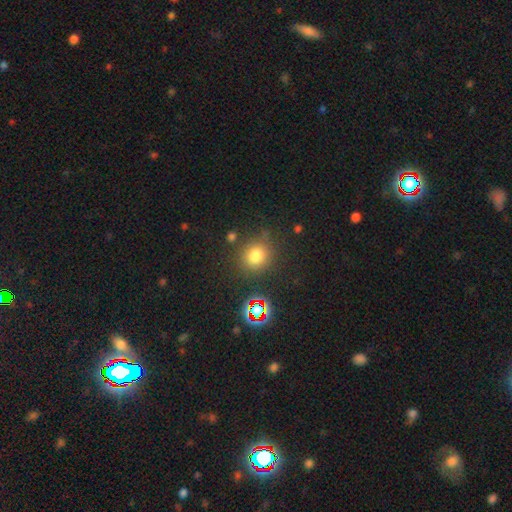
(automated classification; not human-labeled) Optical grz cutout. It shows a smooth galaxy with no disk features (74%) that is round (84%). Merging: none (79%).